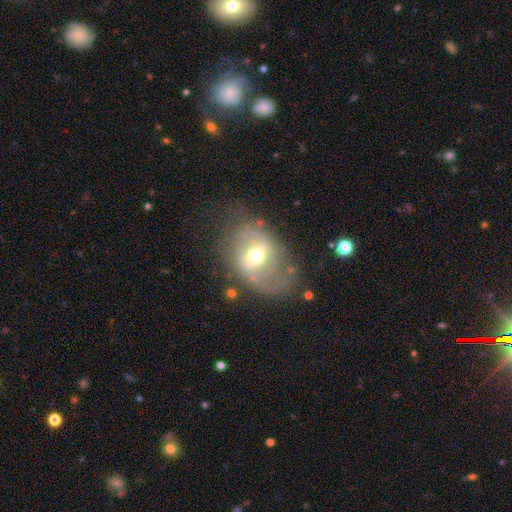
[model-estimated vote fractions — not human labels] Q: Smooth or featured?
A: featured or disk (67%); runner-up: smooth (26%)
Q: Edge-on disk?
A: no (94%); runner-up: yes (6%)
Q: Bar?
A: weak (46%); runner-up: strong (30%)
Q: Spiral arms?
A: yes (60%); runner-up: no (40%)
Q: Bulge size?
A: moderate (66%); runner-up: small (24%)
Q: Merging?
A: none (57%); runner-up: minor disturbance (23%)